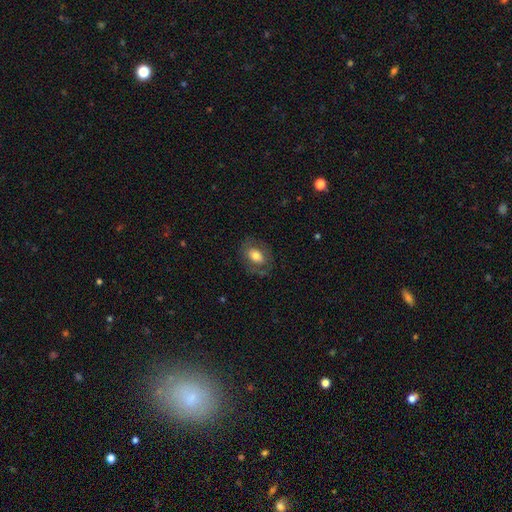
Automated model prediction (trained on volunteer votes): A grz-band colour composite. It shows a smooth galaxy with no disk features (64%) that is in between round and cigar-shaped (76%). Merging: none (75%).